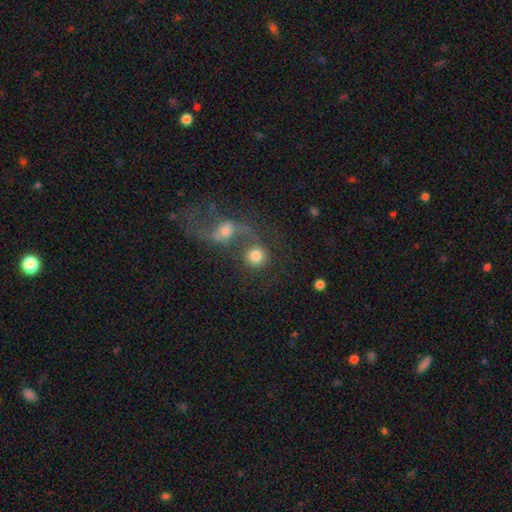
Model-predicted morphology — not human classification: smooth 69%, featured or disk 20%, star or artifact 11%. Down the decision tree: how rounded — round (86%); merging — merger (47%).